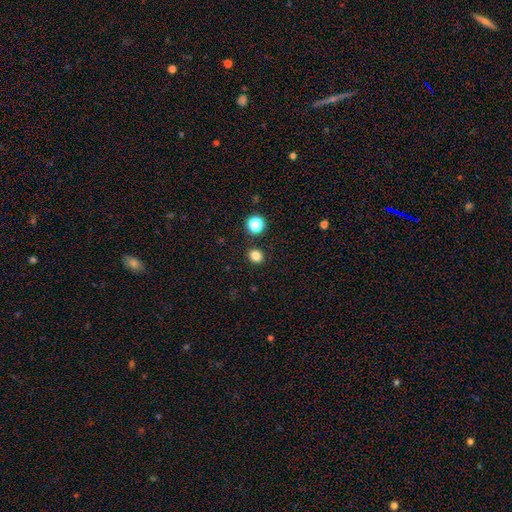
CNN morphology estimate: A smooth galaxy with no disk features (82%) that is round (82%). Merging: none (89%).